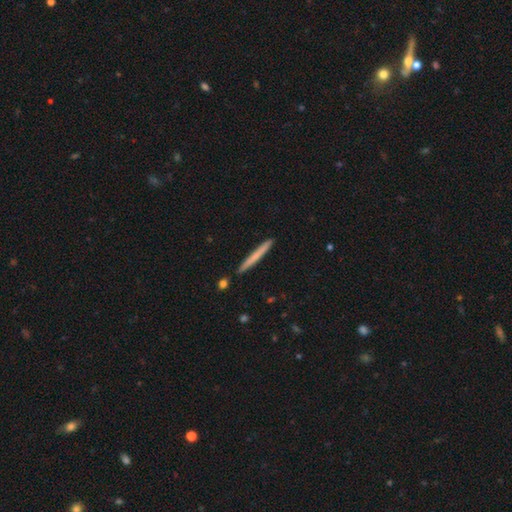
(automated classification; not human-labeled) Overall: smooth (64%; featured or disk 30%). How rounded: cigar-shaped (97%). Merging: none (91%).